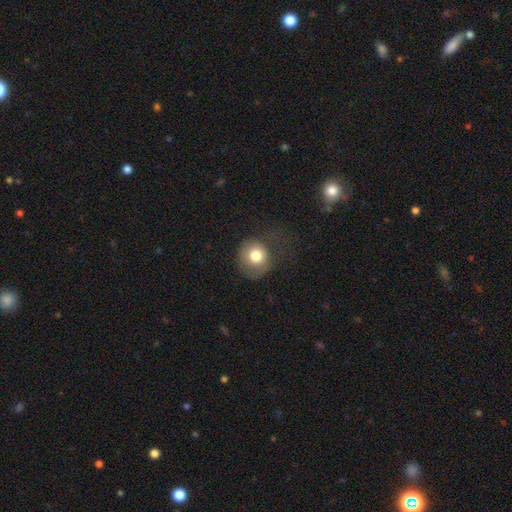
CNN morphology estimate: Smooth or featured: smooth — 77% (featured or disk — 13%)
How rounded: round — 83% (in between — 16%)
Merging: none — 49% (minor disturbance — 25%)